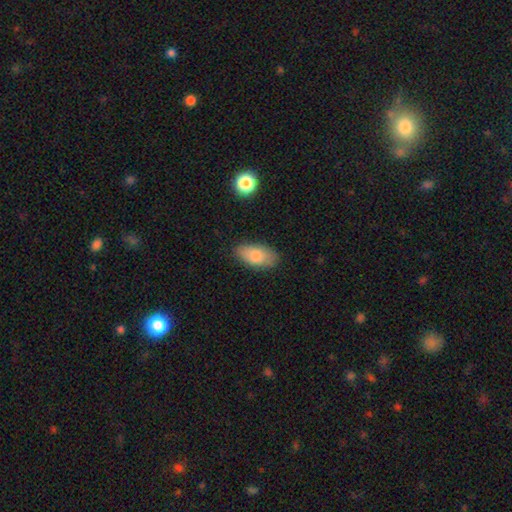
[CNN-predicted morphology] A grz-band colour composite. It shows a smooth galaxy with no disk features (79%) that is in between round and cigar-shaped (92%). Merging: none (82%).